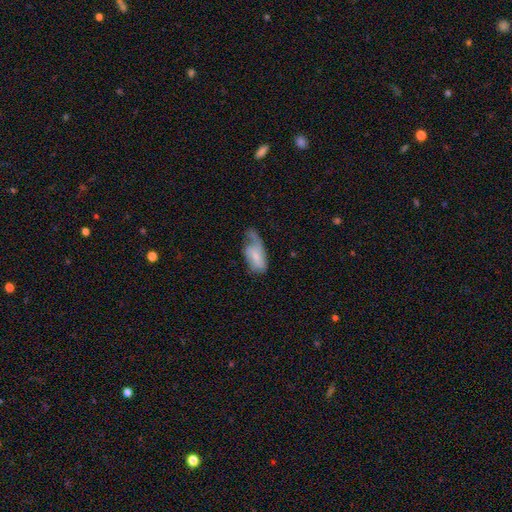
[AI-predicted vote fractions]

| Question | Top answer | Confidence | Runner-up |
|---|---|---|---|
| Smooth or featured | smooth | 56% | featured or disk (37%) |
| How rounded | in between | 90% | cigar-shaped (7%) |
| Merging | major disturbance | 39% | minor disturbance (33%) |